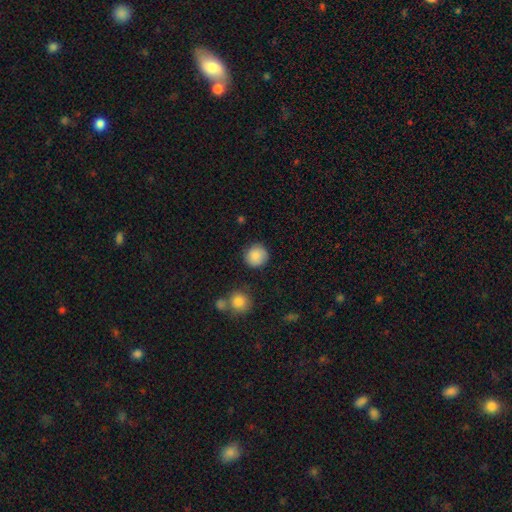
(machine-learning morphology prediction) The model was most divided on "merging": none: 85%, minor disturbance: 10%, major disturbance: 3%, merger: 3%. More confident: how rounded — round (92%); smooth or featured — smooth (88%).